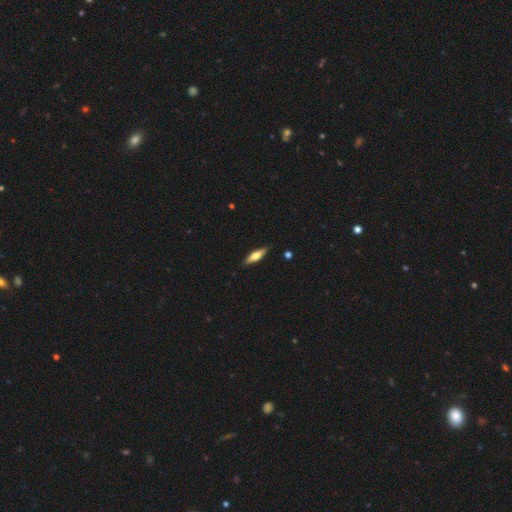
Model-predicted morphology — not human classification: Overall: smooth (50%; featured or disk 44%). Merging: none (89%).